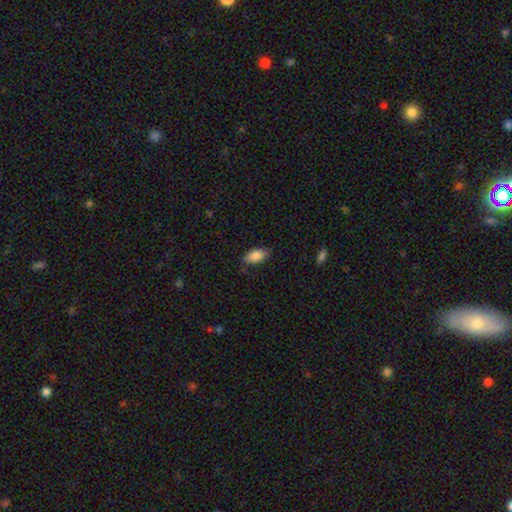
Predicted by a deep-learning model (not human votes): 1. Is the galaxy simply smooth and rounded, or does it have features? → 85% smooth, 8% featured or disk, 7% star or artifact.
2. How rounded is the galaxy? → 91% in between, 5% cigar-shaped, 4% round.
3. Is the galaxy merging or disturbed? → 78% none, 17% minor disturbance, 3% major disturbance, 1% merger.